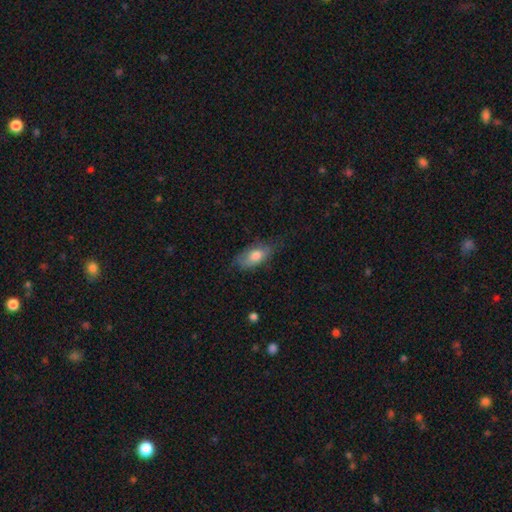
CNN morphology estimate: This is likely a smooth galaxy (74%). How rounded: clearly in between (85%). Merging: likely none (60%).